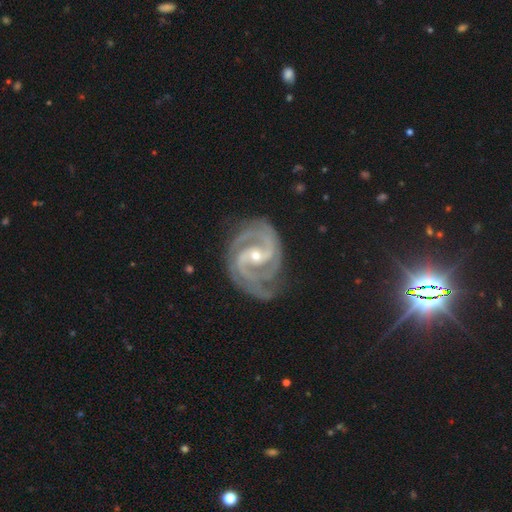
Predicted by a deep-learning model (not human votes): smooth-or-featured: featured or disk: 94% | star or artifact: 4% | smooth: 2%
  disk-edge-on: no: 98% | yes: 2%
    bar: weak: 41% | strong: 30% | no: 29%
    has-spiral-arms: yes: 99% | no: 1%
      spiral-winding: medium: 49% | tight: 45% | loose: 6%
      spiral-arm-count: 2: 76% | 3: 12% | can't tell: 4% | 4: 3% | 1: 2% | more than 4: 2%
    bulge-size: small: 60% | moderate: 37% | large: 1% | none: 1% | dominant: 1%
  merging: none: 71% | minor disturbance: 20% | major disturbance: 8% | merger: 2%